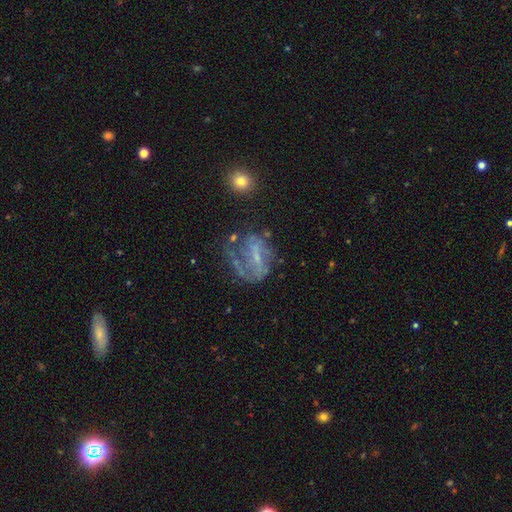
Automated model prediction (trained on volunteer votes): Overall: featured or disk (69%). Edge-on disk: no (96%). Bar: weak (43%; no 33%). Spiral arms: yes (63%; no 37%). Bulge size: small (55%; none 27%). Merging: none (39%; major disturbance 35%).